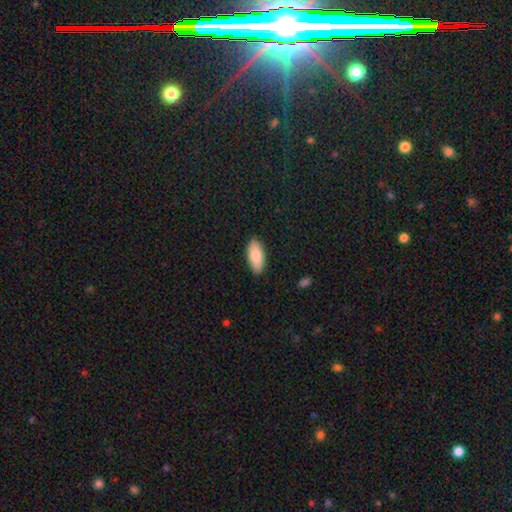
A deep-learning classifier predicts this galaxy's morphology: Smooth or featured? Predicted: smooth (p=0.85). How rounded? Predicted: in between (p=0.87). Merging? Predicted: none (p=0.87).